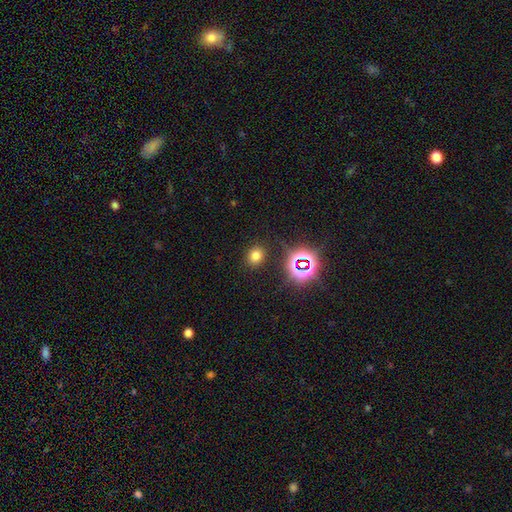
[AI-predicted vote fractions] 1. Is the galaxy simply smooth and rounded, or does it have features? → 70% smooth, 23% star or artifact, 7% featured or disk.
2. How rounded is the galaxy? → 63% round, 36% in between, 1% cigar-shaped.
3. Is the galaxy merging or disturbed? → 86% none, 9% minor disturbance, 3% major disturbance, 2% merger.